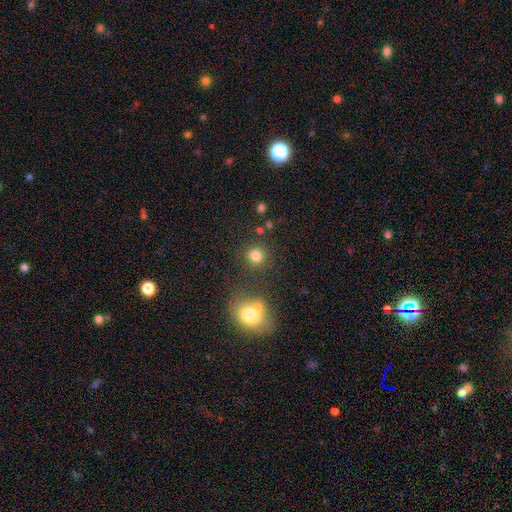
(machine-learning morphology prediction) The model was most divided on "smooth or featured": smooth: 81%, star or artifact: 13%, featured or disk: 6%. More confident: how rounded — round (88%); merging — none (78%).